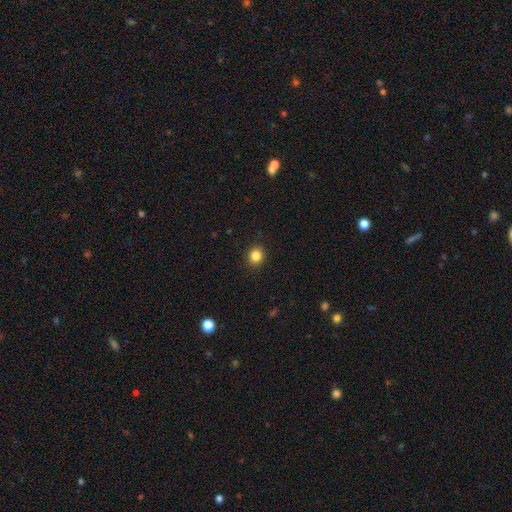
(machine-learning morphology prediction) Smooth or featured? Predicted: smooth (p=0.84). How rounded? Predicted: round (p=0.87). Merging? Predicted: none (p=0.92).